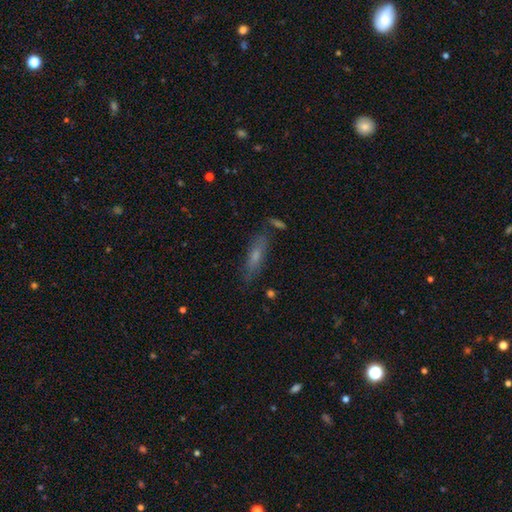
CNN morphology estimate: The model was most divided on "smooth or featured": smooth: 52%, featured or disk: 37%, star or artifact: 10%. More confident: merging — none (77%); how rounded — cigar-shaped (66%).